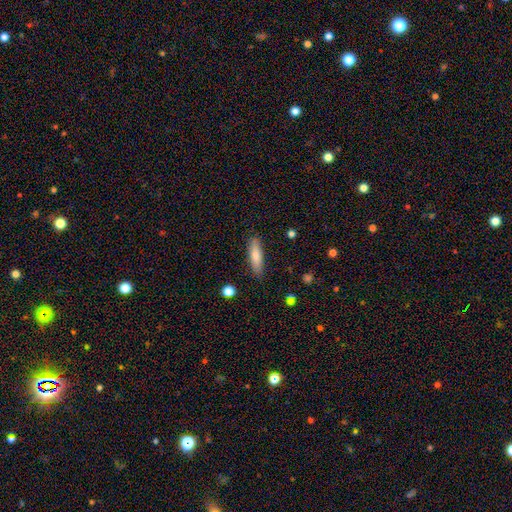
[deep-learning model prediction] Smooth or featured?
  - smooth: 77% *
  - featured or disk: 17%
  - star or artifact: 6%
How rounded?
  - cigar-shaped: 62% *
  - in between: 36%
  - round: 2%
Merging?
  - none: 86% *
  - minor disturbance: 10%
  - major disturbance: 2%
  - merger: 1%